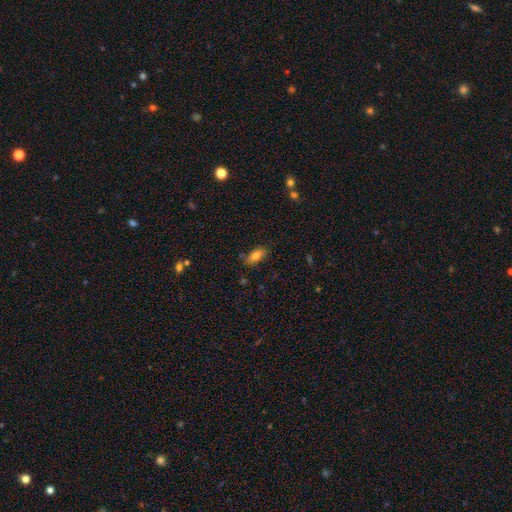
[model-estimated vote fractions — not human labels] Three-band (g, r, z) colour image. It shows a smooth galaxy with no disk features (80%) that is in between round and cigar-shaped (87%). Merging: none (80%).